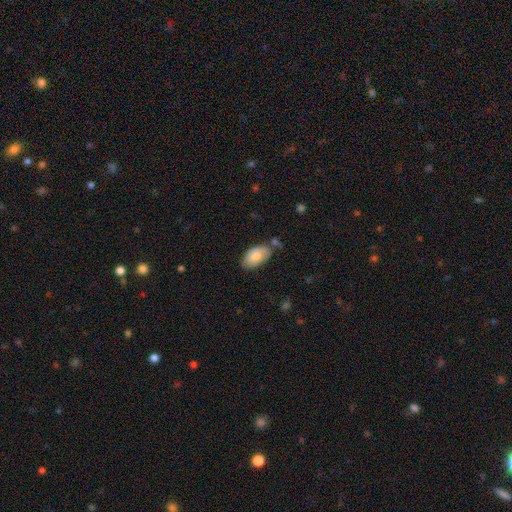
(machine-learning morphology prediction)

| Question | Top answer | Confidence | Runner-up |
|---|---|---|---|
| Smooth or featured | smooth | 76% | featured or disk (18%) |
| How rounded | in between | 95% | round (3%) |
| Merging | none | 66% | minor disturbance (22%) |